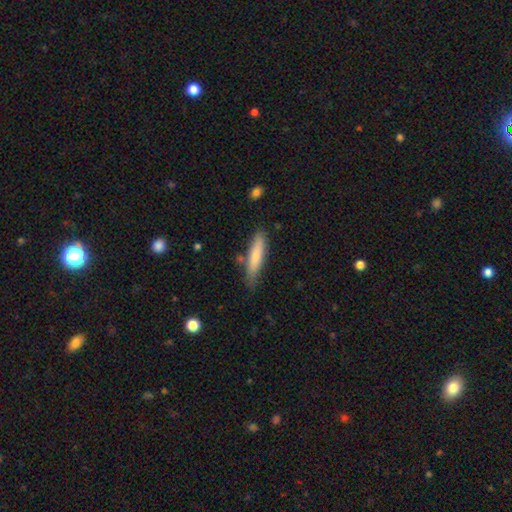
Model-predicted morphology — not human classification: smooth 74%, featured or disk 20%, star or artifact 6%. Down the decision tree: how rounded — cigar-shaped (82%); merging — none (74%).